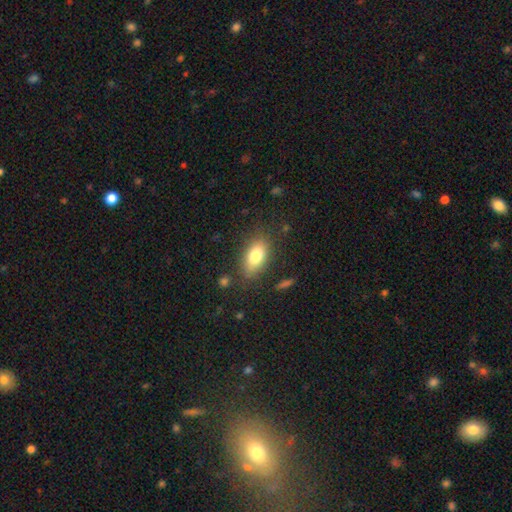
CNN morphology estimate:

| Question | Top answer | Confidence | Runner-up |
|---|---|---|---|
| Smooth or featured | smooth | 80% | featured or disk (12%) |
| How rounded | in between | 87% | round (6%) |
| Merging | none | 80% | minor disturbance (14%) |